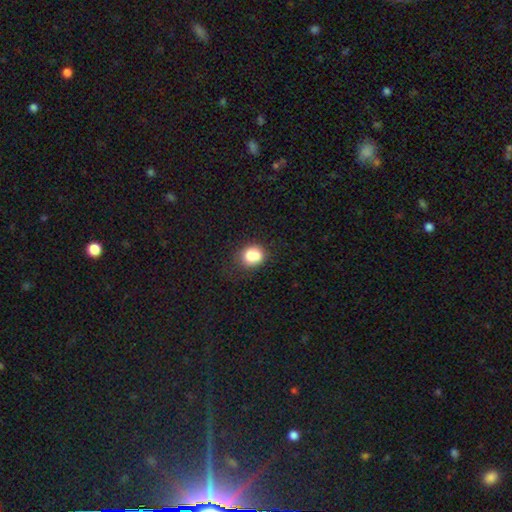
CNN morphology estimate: smooth_or_featured: smooth (p=0.81) [alt: star or artifact p=0.10]
how_rounded: round (p=0.62) [alt: in between p=0.37]
merging: none (p=0.55) [alt: minor disturbance p=0.23]